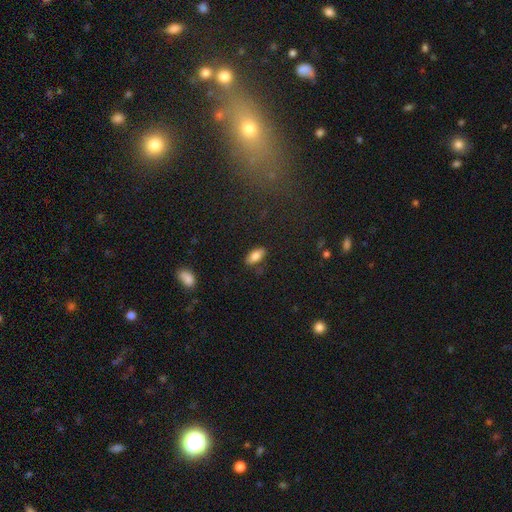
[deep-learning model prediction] Smooth or featured? smooth (82%)
How rounded? in between (90%)
Merging? none (83%)